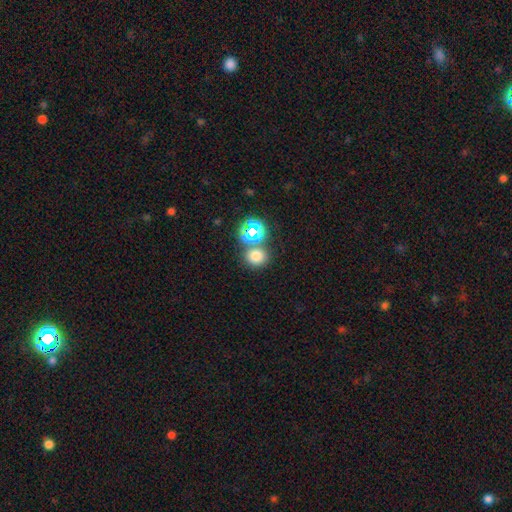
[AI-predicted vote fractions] Q: Smooth or featured?
A: smooth (69%); runner-up: star or artifact (24%)
Q: How rounded?
A: round (79%); runner-up: in between (20%)
Q: Merging?
A: none (72%); runner-up: merger (17%)